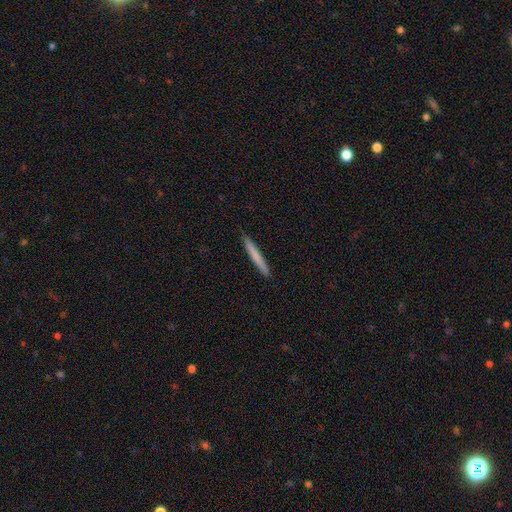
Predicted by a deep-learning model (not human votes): Overall: smooth (71%). How rounded: cigar-shaped (97%). Merging: none (91%).